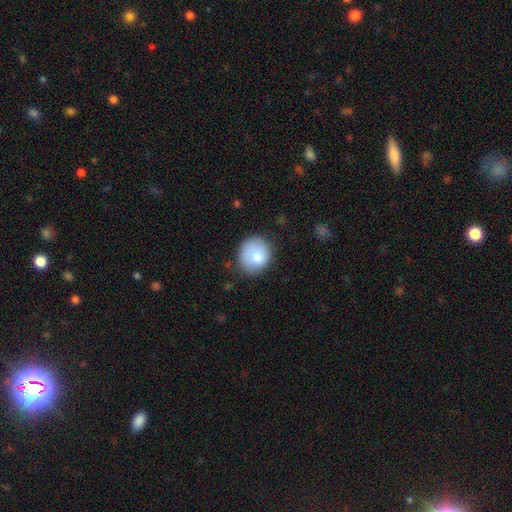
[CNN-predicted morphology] A smooth galaxy with no disk features (81%) that is round (82%).

Vote fractions:
- Smooth or featured? smooth: 81% / featured or disk: 12% / star or artifact: 7%
- How rounded? round: 82% / in between: 18% / cigar-shaped: 1%
- Merging? none: 74% / minor disturbance: 18% / major disturbance: 5% / merger: 2%